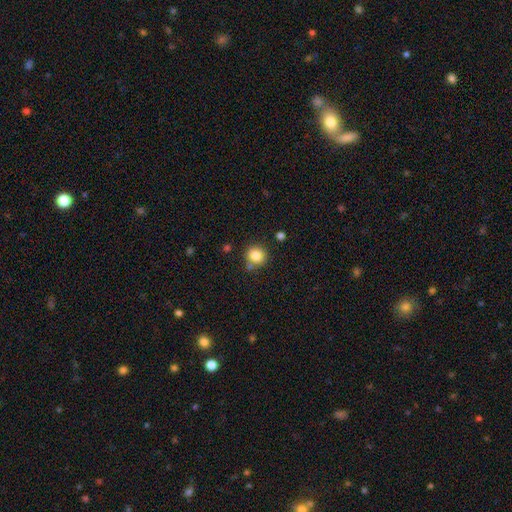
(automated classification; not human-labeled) This appears to be a smooth galaxy with no disk features (84%) that is round (90%). Merging: none (78%).